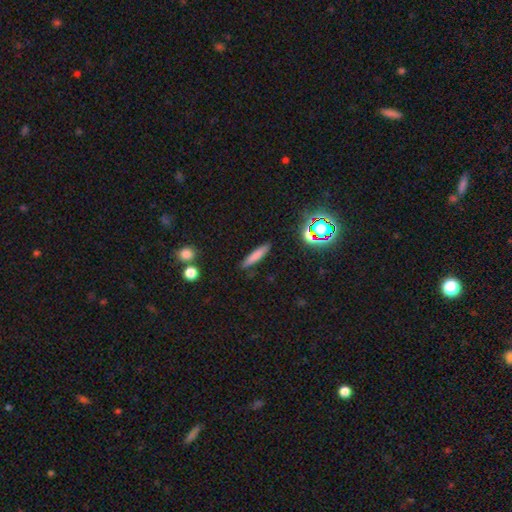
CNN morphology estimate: Smooth or featured? smooth (74%)
How rounded? cigar-shaped (88%)
Merging? none (87%)